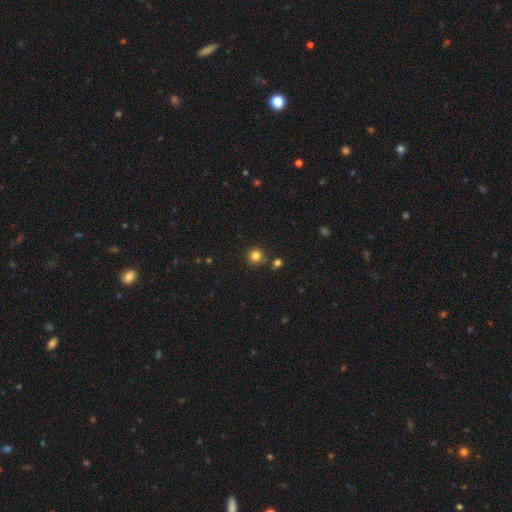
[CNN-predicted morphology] A smooth galaxy with no disk features (82%) that is round (93%).

Vote fractions:
- Smooth or featured? smooth: 82% / star or artifact: 12% / featured or disk: 5%
- How rounded? round: 93% / in between: 6% / cigar-shaped: 1%
- Merging? none: 79% / merger: 9% / minor disturbance: 9% / major disturbance: 3%